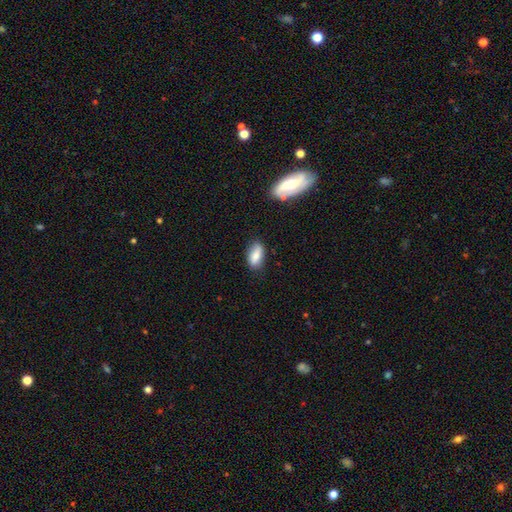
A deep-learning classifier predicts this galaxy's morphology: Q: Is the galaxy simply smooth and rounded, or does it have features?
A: smooth — 79%.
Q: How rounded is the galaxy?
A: in between — 86%.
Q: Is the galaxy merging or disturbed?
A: none — 78%.